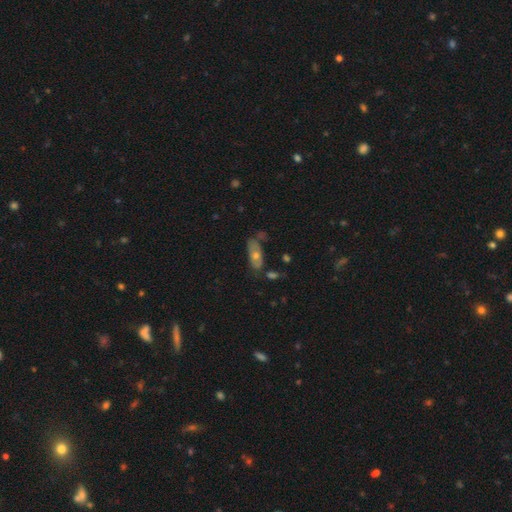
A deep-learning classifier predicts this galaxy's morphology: Smooth or featured?
  - smooth: 47% *
  - featured or disk: 43%
  - star or artifact: 11%
Merging?
  - none: 58% *
  - minor disturbance: 24%
  - major disturbance: 9%
  - merger: 9%